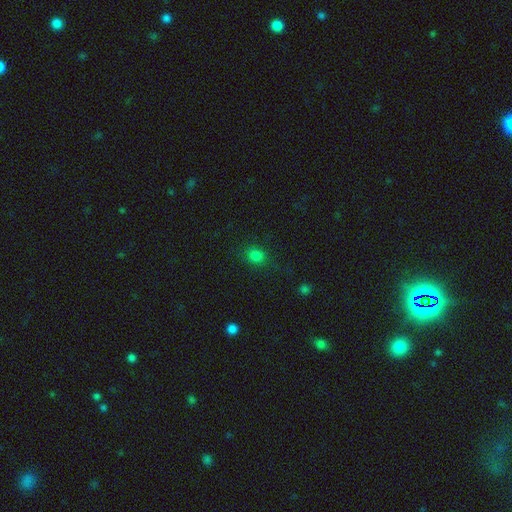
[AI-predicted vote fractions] This appears to be a smooth galaxy with no disk features (81%) that is round (57%). Merging: none (81%).